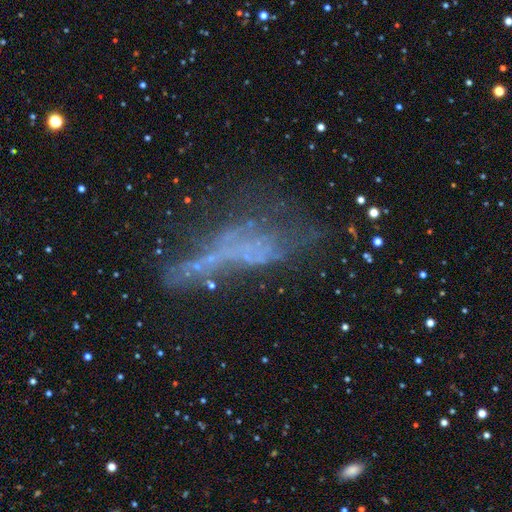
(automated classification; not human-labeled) A featured or disk galaxy (48%). Merging: major disturbance (38%).